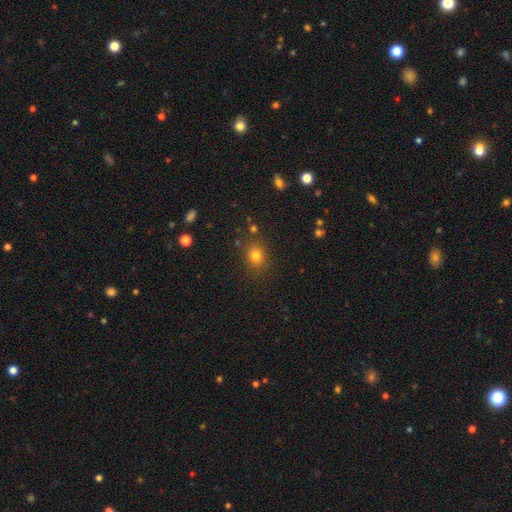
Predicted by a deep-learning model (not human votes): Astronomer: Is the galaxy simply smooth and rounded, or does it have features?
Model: smooth — 79%.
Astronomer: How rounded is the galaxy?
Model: round — 70%.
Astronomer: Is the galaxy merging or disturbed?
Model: none — 84%.